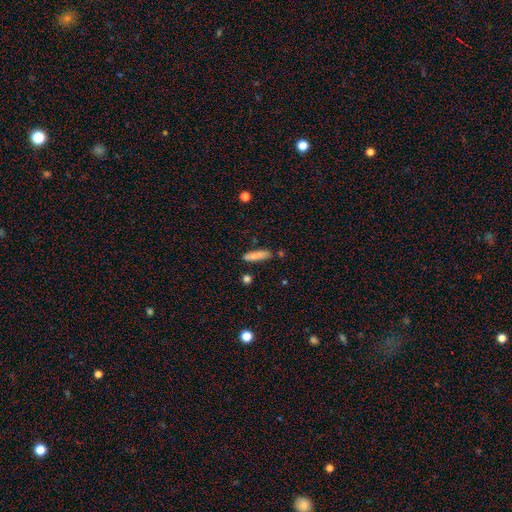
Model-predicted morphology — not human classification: Q: Smooth or featured?
A: smooth (83%); runner-up: featured or disk (10%)
Q: How rounded?
A: cigar-shaped (80%); runner-up: in between (19%)
Q: Merging?
A: none (81%); runner-up: minor disturbance (12%)